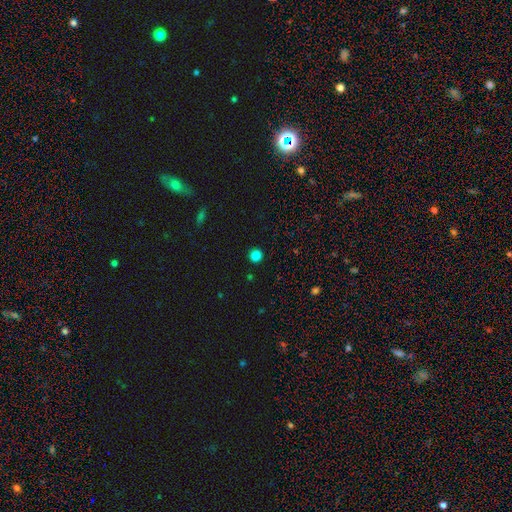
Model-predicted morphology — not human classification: smooth 82%, star or artifact 15%, featured or disk 3%. Down the decision tree: how rounded — round (94%); merging — none (91%).